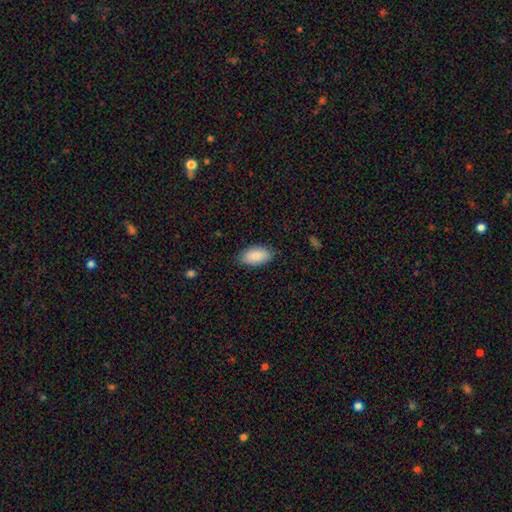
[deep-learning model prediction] Morphology: type=smooth (90%); roundness=in between (94%); merging=none (85%).